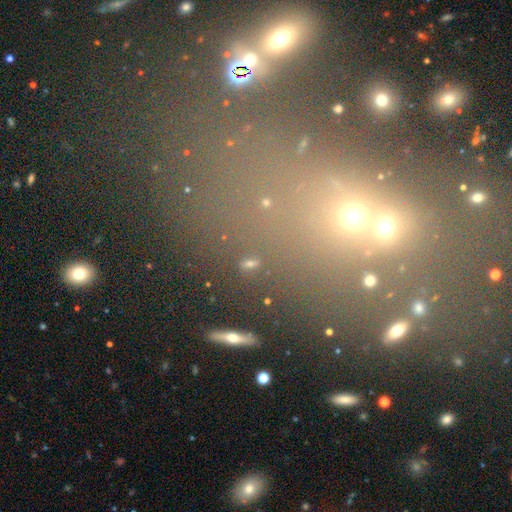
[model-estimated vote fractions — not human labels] This appears to be a star or artifact, not a galaxy (49%).